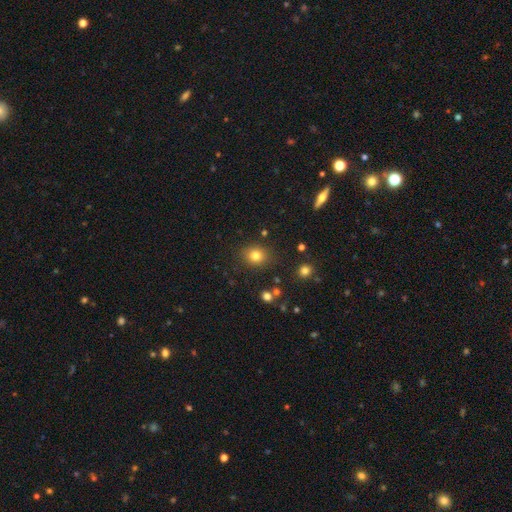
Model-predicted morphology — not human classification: smooth_or_featured: smooth (p=0.79) [alt: star or artifact p=0.13]
how_rounded: round (p=0.74) [alt: in between p=0.25]
merging: none (p=0.86) [alt: minor disturbance p=0.09]